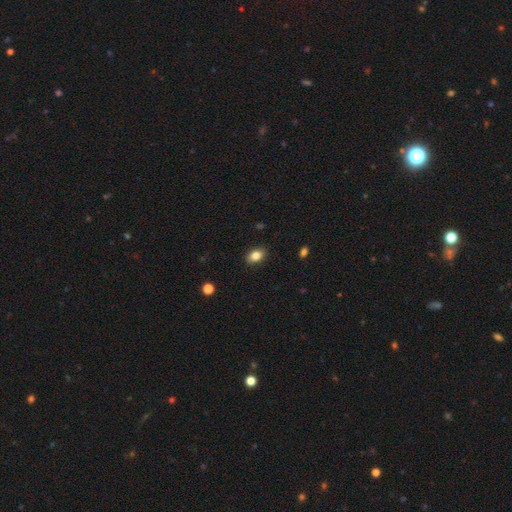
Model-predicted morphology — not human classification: The model was most divided on "how rounded": in between: 82%, round: 16%, cigar-shaped: 2%. More confident: merging — none (88%); smooth or featured — smooth (83%).